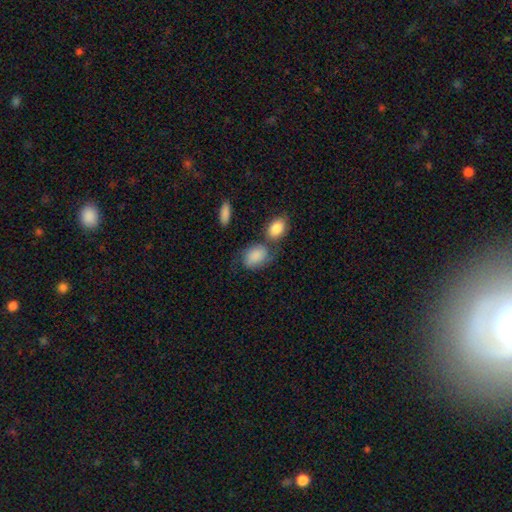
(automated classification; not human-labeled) Morphology: type=smooth (73%); roundness=in between (79%); merging=none (39%).